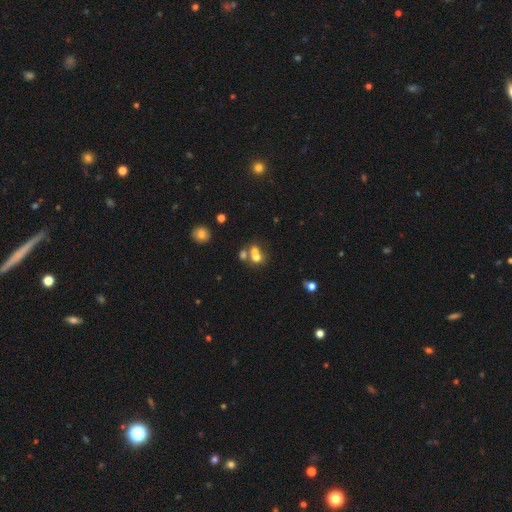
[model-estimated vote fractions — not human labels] smooth_or_featured: smooth (p=0.65) [alt: featured or disk p=0.20]
how_rounded: round (p=0.61) [alt: in between p=0.38]
merging: merger (p=0.59) [alt: none p=0.30]